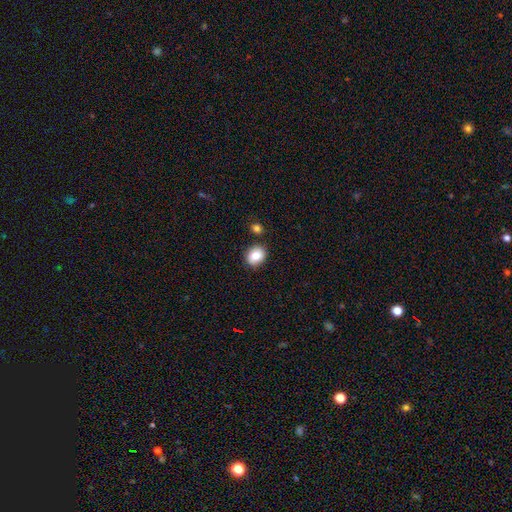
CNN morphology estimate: type=smooth (83%); roundness=round (53%); merging=none (83%).